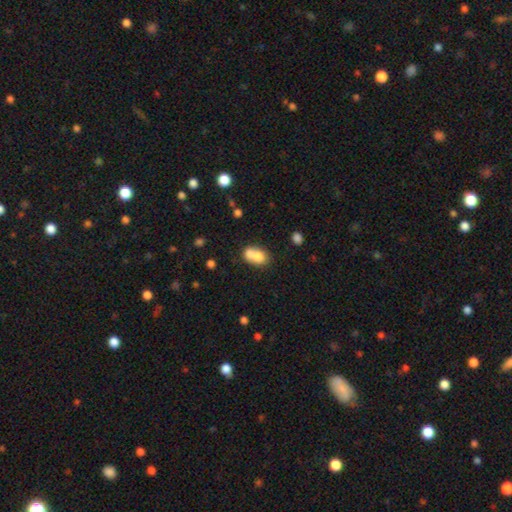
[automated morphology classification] This appears to be a smooth galaxy with no disk features (72%) that is in between round and cigar-shaped (53%). Merging: merger (65%).